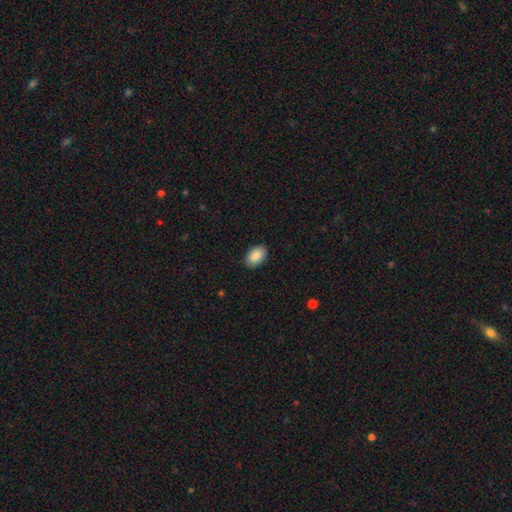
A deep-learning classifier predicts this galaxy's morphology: The model was most divided on "merging": none: 87%, minor disturbance: 10%, major disturbance: 2%, merger: 1%. More confident: how rounded — in between (91%); smooth or featured — smooth (89%).